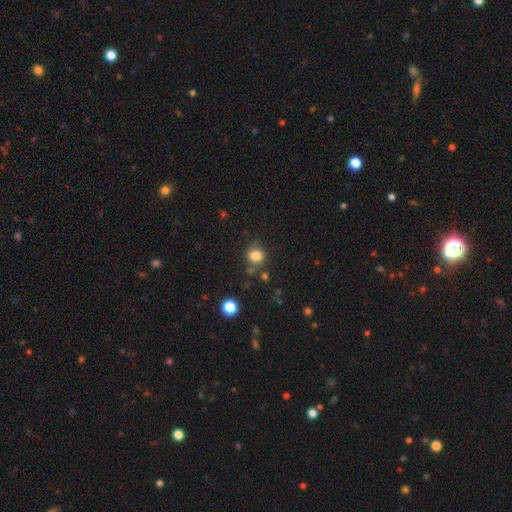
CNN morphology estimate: Overall: smooth (81%). How rounded: round (79%). Merging: none (74%).